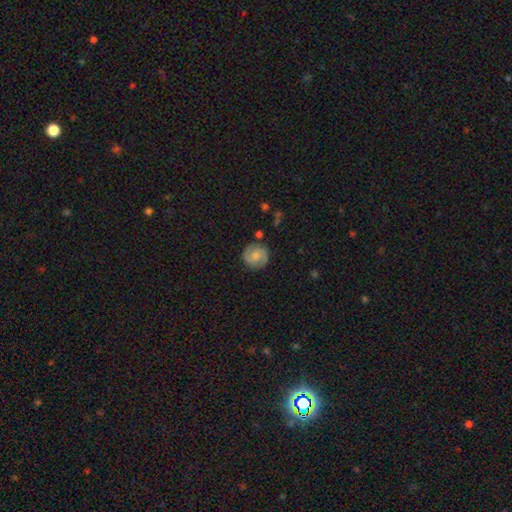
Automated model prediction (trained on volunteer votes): A featured or disk galaxy (62%) with no bar (58%), 2 (86%) tight (48%) spiral arms (93%) and a small central bulge (42%). Merging: none (84%).